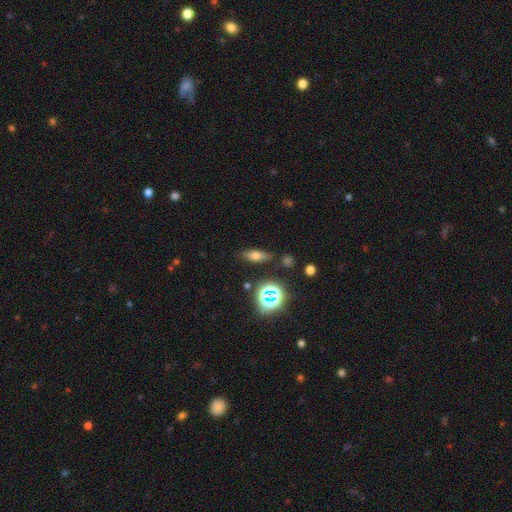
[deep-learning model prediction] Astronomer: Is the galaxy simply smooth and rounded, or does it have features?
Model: smooth — 62%.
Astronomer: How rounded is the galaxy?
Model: in between — 61%.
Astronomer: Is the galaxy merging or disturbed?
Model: none — 82%.